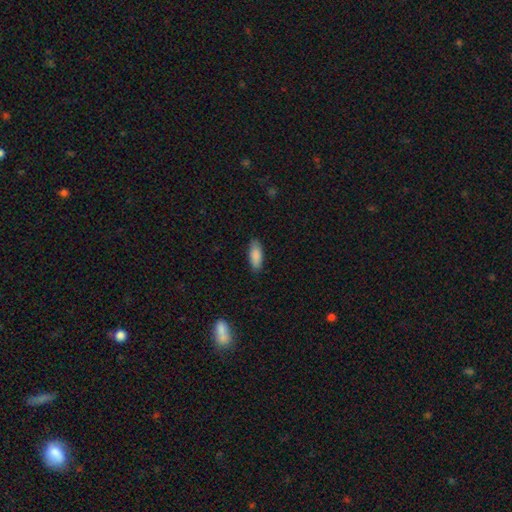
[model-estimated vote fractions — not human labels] smooth-or-featured: smooth: 88% | featured or disk: 6% | star or artifact: 6%
  how-rounded: in between: 75% | cigar-shaped: 23% | round: 2%
  merging: none: 84% | minor disturbance: 12% | major disturbance: 2% | merger: 1%